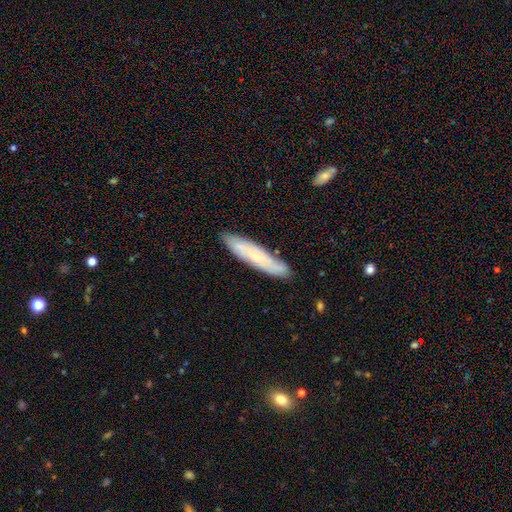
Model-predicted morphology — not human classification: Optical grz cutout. It shows a smooth galaxy with no disk features (56%) that is cigar-shaped (84%). Merging: none (84%).